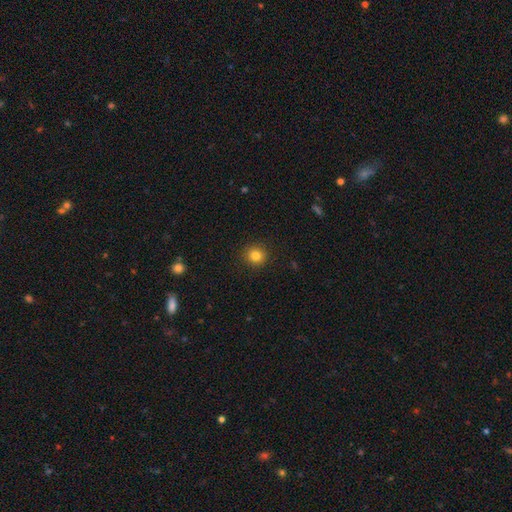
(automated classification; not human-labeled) Morphology: type=smooth (82%); roundness=round (93%); merging=none (92%).